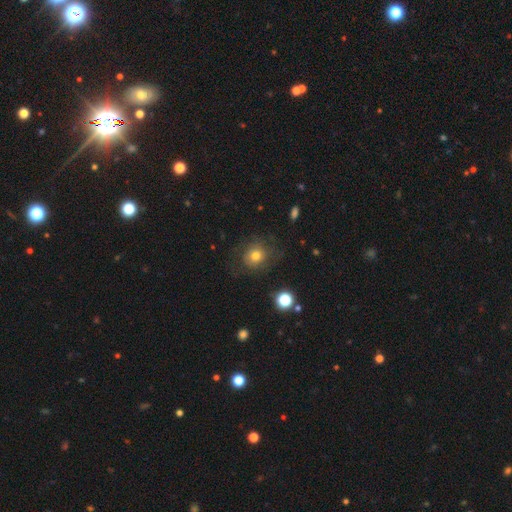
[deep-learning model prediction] A smooth galaxy with no disk features (66%) that is round (76%). Merging: none (70%).